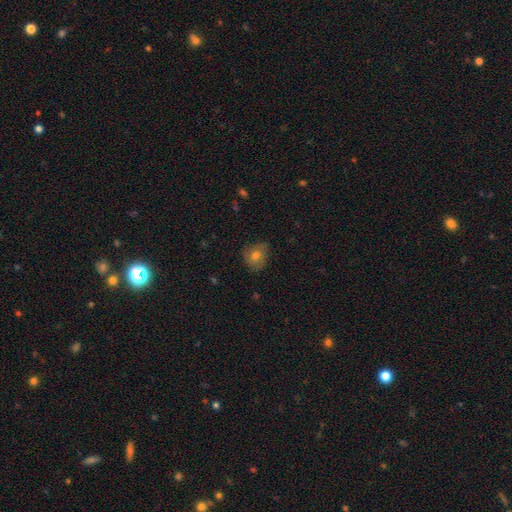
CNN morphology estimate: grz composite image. It shows a smooth galaxy with no disk features (71%) that is round (66%). Merging: none (72%).